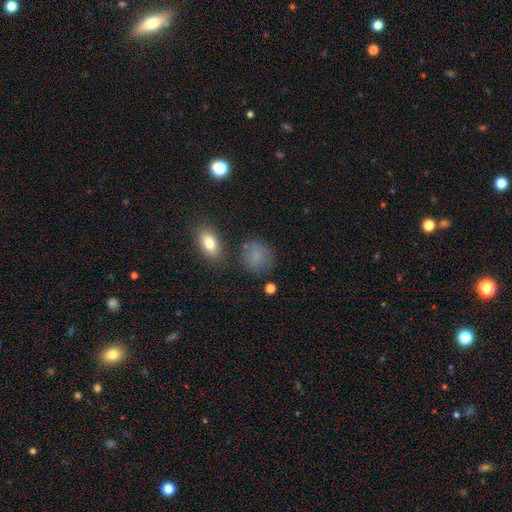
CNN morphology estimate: smooth 78%, star or artifact 13%, featured or disk 10%. Down the decision tree: how rounded — round (70%); merging — none (73%).